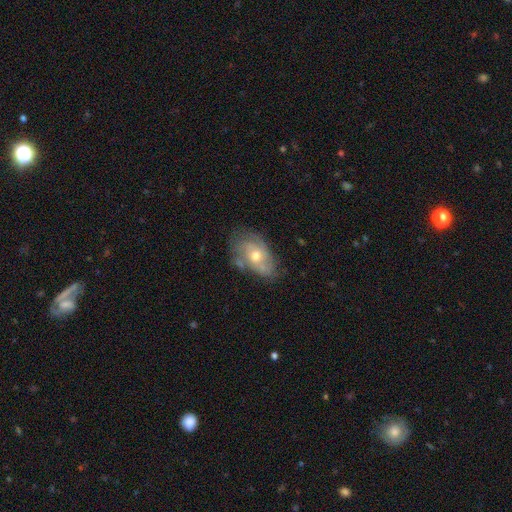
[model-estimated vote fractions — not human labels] Smooth or featured? featured or disk (64%)
Edge-on disk? no (94%)
Bar? no (79%)
Spiral arms? yes (76%)
Bulge size? moderate (68%)
Merging? none (58%)